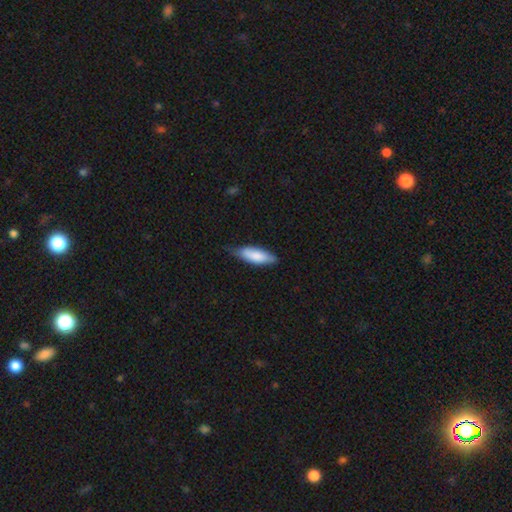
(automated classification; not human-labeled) A smooth galaxy with no disk features (79%) that is in between round and cigar-shaped (60%). Merging: none (66%).